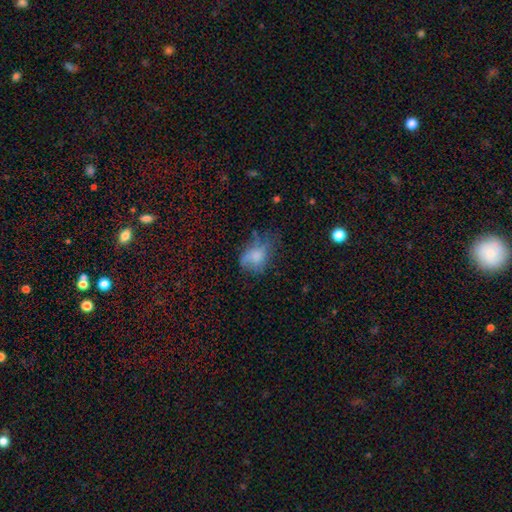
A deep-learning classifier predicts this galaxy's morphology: A smooth galaxy with no disk features (64%) that is in between round and cigar-shaped (69%). Merging: none (34%).